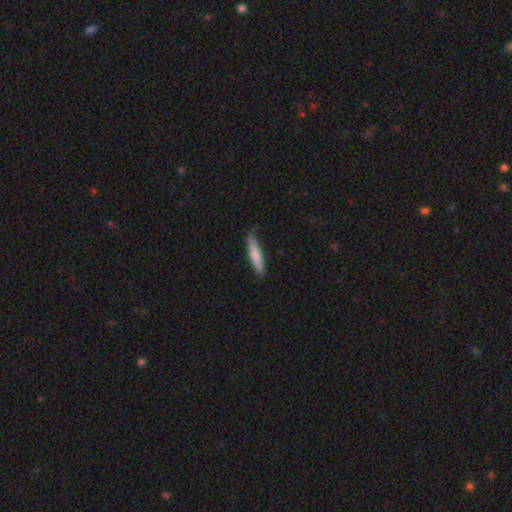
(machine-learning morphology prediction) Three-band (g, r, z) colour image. It shows a smooth galaxy with no disk features (76%) that is cigar-shaped (87%). Merging: none (75%).